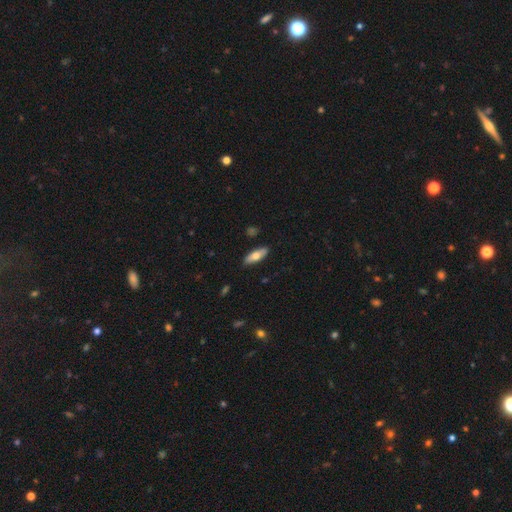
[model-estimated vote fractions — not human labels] The model was most divided on "how rounded": in between: 64%, cigar-shaped: 34%, round: 2%. More confident: merging — none (88%); smooth or featured — smooth (67%).